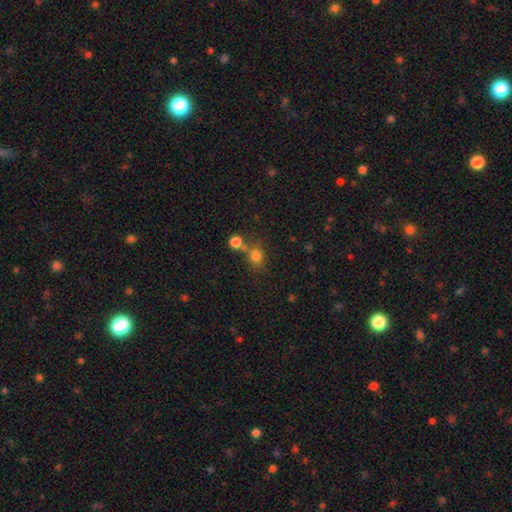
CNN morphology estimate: Overall: smooth (77%). How rounded: round (67%; in between 32%). Merging: none (54%; merger 29%).